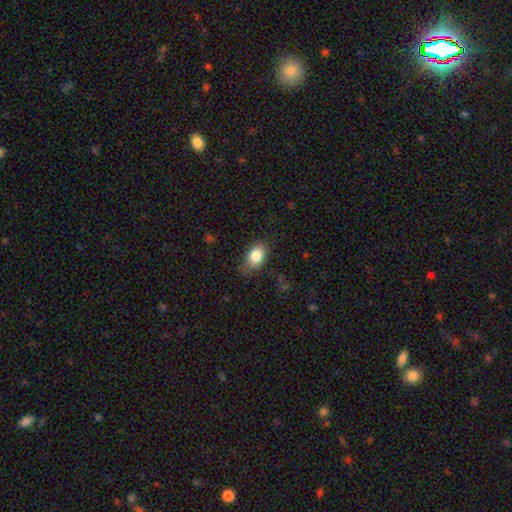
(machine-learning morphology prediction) Smooth or featured? smooth (82%)
How rounded? in between (86%)
Merging? none (72%)